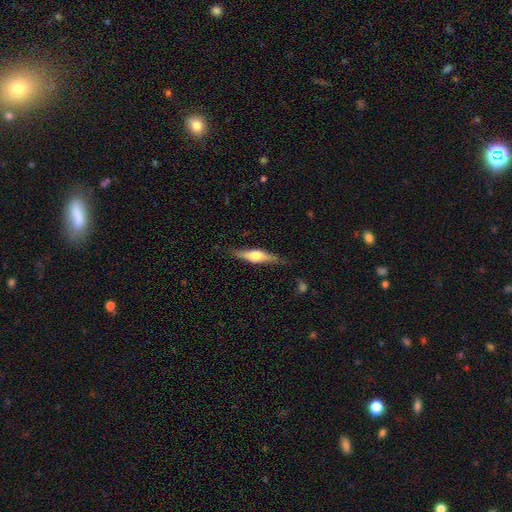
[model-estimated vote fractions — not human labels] Q: Smooth or featured?
A: featured or disk (58%); runner-up: smooth (36%)
Q: Edge-on disk?
A: yes (95%); runner-up: no (5%)
Q: Edge-on bulge?
A: rounded (90%); runner-up: boxy (7%)
Q: Merging?
A: none (82%); runner-up: minor disturbance (14%)